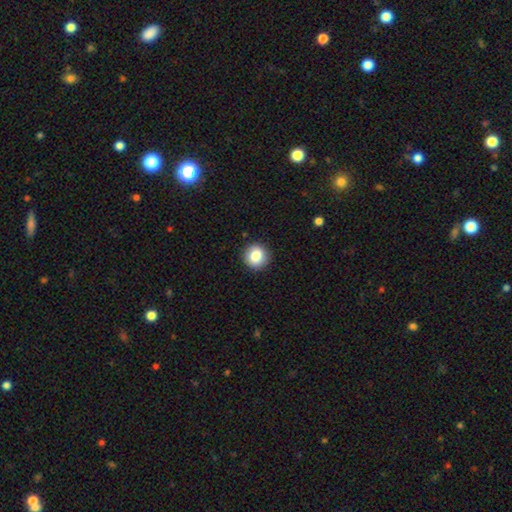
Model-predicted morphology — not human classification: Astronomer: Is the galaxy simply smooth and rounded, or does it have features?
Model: smooth — 84%.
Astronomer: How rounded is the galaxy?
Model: round — 90%.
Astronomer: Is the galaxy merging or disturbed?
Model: none — 91%.